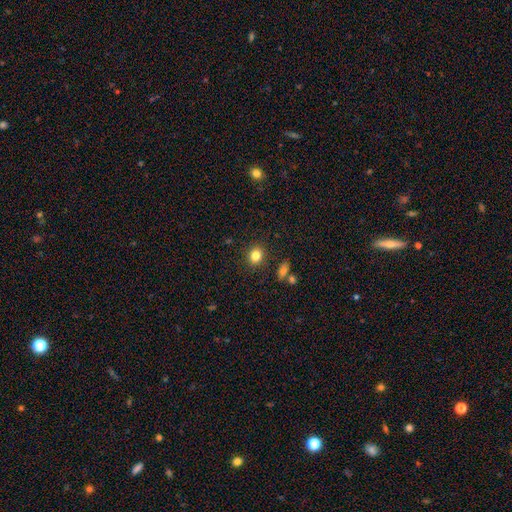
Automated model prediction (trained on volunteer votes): Smooth or featured?
  - smooth: 82% *
  - star or artifact: 11%
  - featured or disk: 7%
How rounded?
  - round: 72% *
  - in between: 27%
  - cigar-shaped: 1%
Merging?
  - none: 87% *
  - minor disturbance: 8%
  - merger: 3%
  - major disturbance: 2%